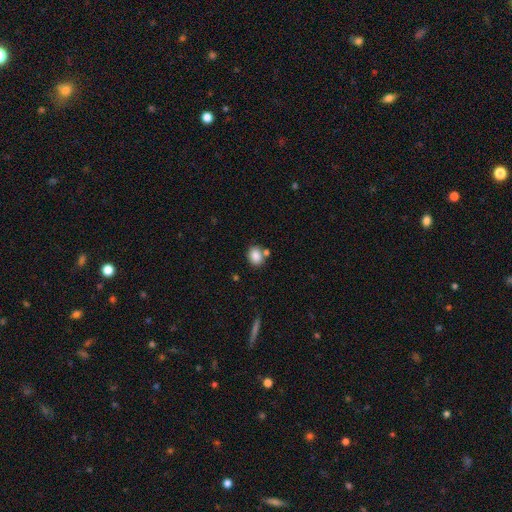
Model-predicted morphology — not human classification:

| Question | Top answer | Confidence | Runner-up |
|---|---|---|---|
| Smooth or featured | smooth | 86% | star or artifact (9%) |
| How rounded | in between | 55% | round (43%) |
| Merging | none | 67% | merger (16%) |